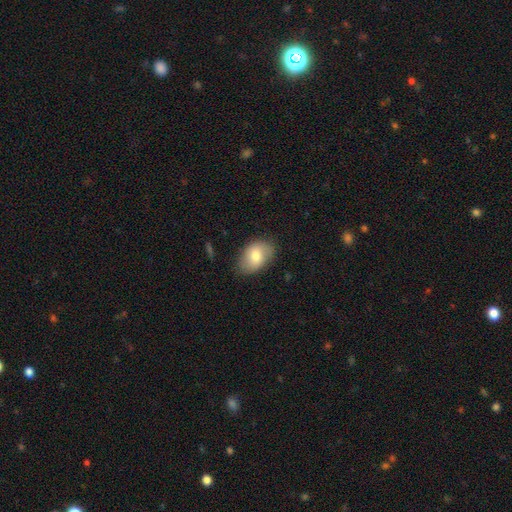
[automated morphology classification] This appears to be a smooth galaxy with no disk features (73%) that is in between round and cigar-shaped (87%). Merging: none (75%).